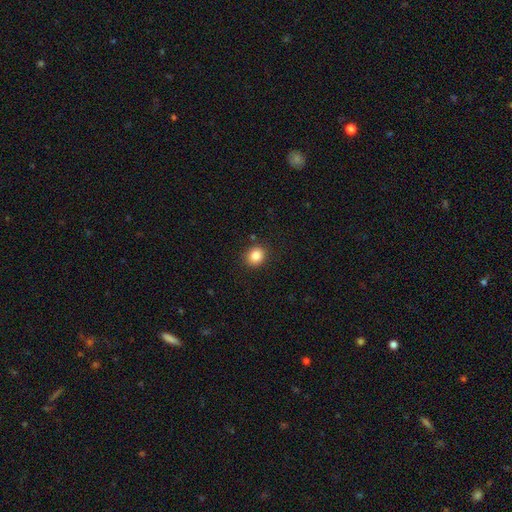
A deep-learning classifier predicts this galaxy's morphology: Q: Smooth or featured?
A: smooth (86%); runner-up: star or artifact (10%)
Q: How rounded?
A: round (73%); runner-up: in between (27%)
Q: Merging?
A: none (87%); runner-up: minor disturbance (9%)